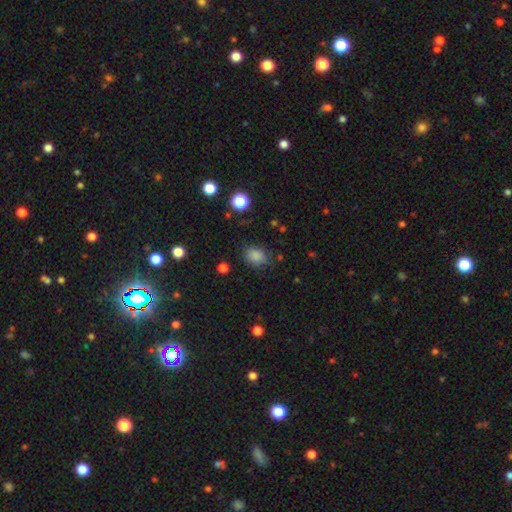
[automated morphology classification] smooth-or-featured: smooth: 84% | star or artifact: 11% | featured or disk: 5%
  how-rounded: in between: 60% | round: 39% | cigar-shaped: 1%
  merging: none: 78% | minor disturbance: 16% | major disturbance: 5% | merger: 2%